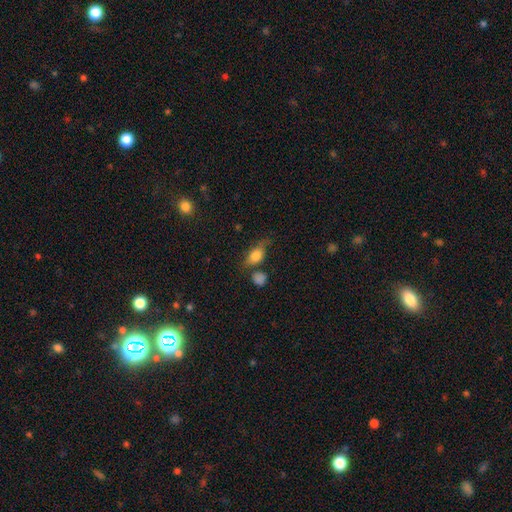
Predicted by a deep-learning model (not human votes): Morphology: type=smooth (73%); roundness=in between (75%); merging=none (48%).